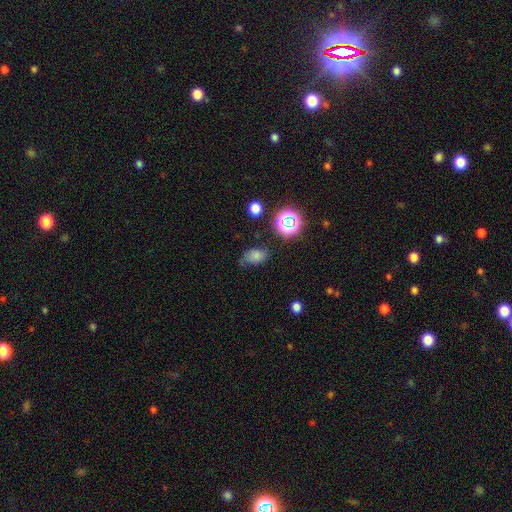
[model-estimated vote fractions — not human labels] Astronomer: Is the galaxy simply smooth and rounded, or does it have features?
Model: smooth — 68%.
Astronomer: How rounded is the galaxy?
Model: in between — 80%.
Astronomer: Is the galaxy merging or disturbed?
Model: none — 52% (runner-up: minor disturbance, 33%).